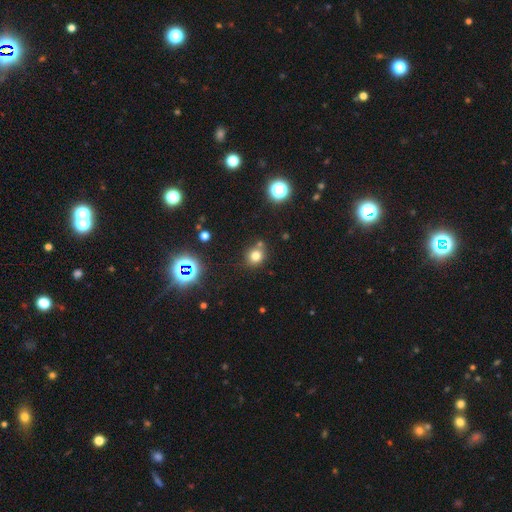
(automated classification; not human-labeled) Overall: smooth (76%). How rounded: round (80%). Merging: none (73%).